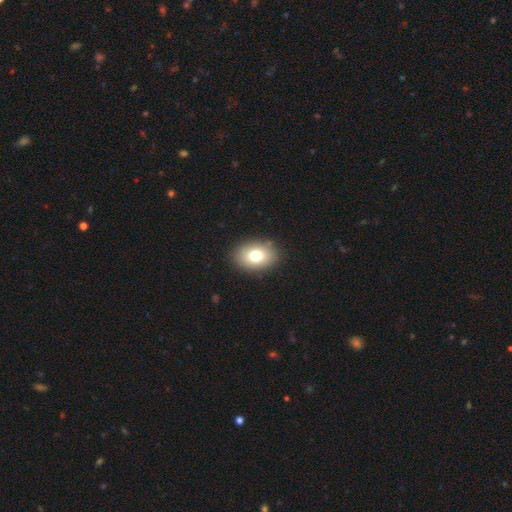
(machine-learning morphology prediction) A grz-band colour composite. It shows a smooth galaxy with no disk features (77%) that is in between round and cigar-shaped (78%). Merging: none (88%).